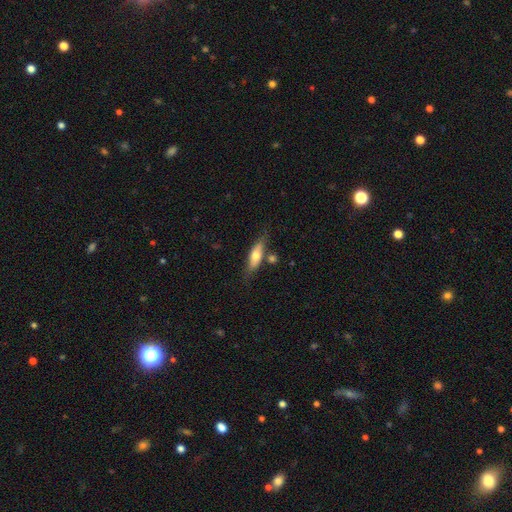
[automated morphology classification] type=smooth (58%); roundness=in between (51%); merging=none (67%).